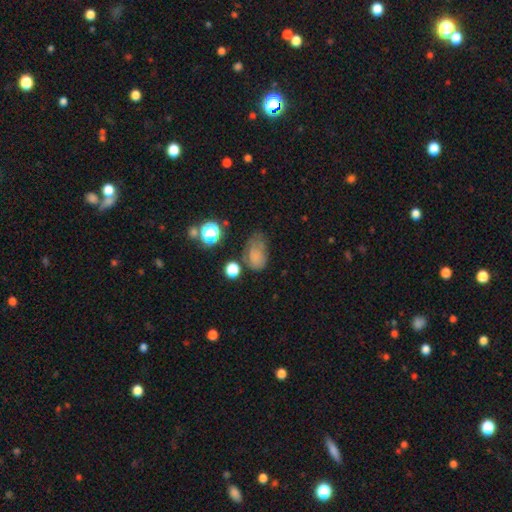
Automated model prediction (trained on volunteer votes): smooth 66%, featured or disk 17%, star or artifact 17%. Down the decision tree: how rounded — in between (77%); merging — none (43%).